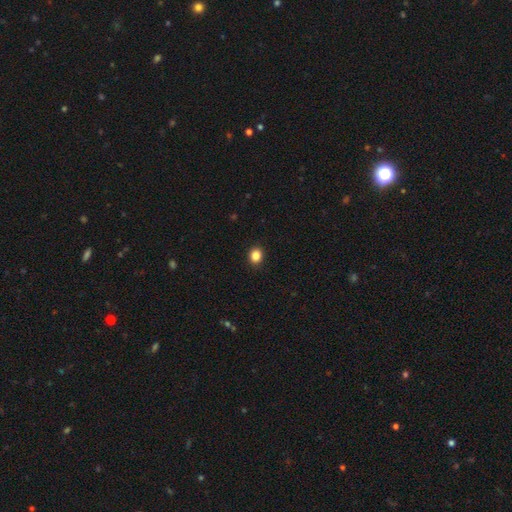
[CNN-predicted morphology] Smooth or featured? Predicted: smooth (p=0.86). How rounded? Predicted: round (p=0.67). Merging? Predicted: none (p=0.92).